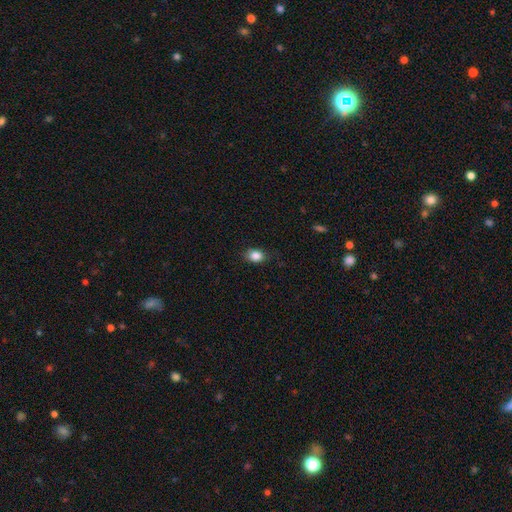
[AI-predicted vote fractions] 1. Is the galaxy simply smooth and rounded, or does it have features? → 85% smooth, 9% star or artifact, 5% featured or disk.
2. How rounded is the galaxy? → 62% in between, 37% round, 1% cigar-shaped.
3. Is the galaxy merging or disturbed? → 81% none, 15% minor disturbance, 3% major disturbance, 1% merger.